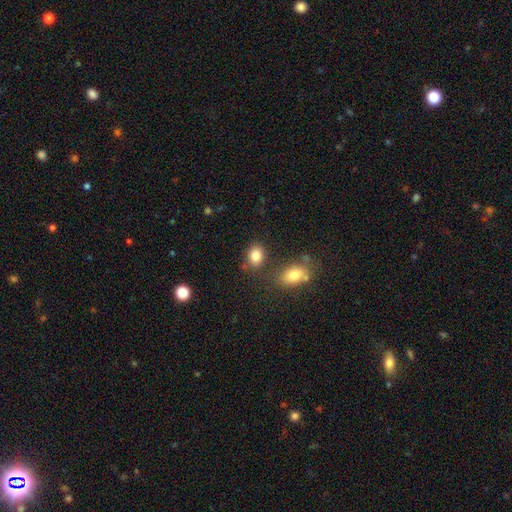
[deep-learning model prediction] Smooth or featured?
  - smooth: 83% *
  - star or artifact: 10%
  - featured or disk: 6%
How rounded?
  - in between: 59% *
  - round: 40%
  - cigar-shaped: 1%
Merging?
  - none: 74% *
  - minor disturbance: 12%
  - merger: 10%
  - major disturbance: 4%